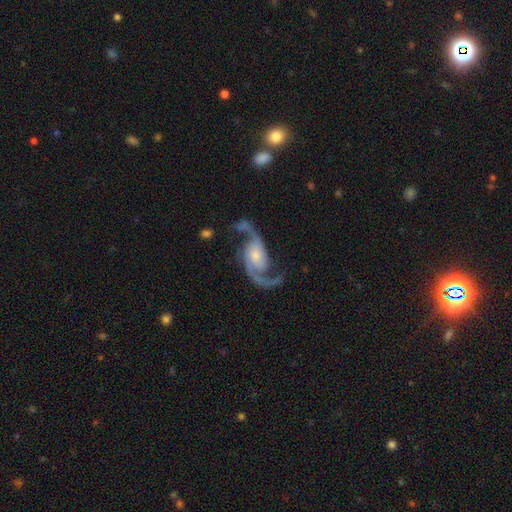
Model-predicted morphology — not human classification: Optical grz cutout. It shows a featured or disk galaxy (92%) with no bar (59%), 2 (93%) loose (60%) spiral arms (98%) and a small central bulge (46%). Merging: none (68%).